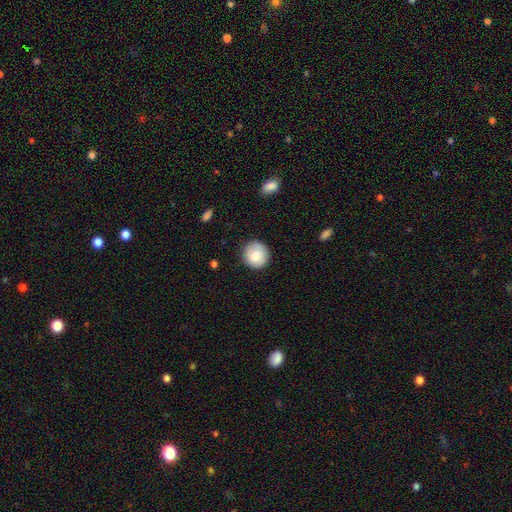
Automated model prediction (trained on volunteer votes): smooth-or-featured: smooth: 80% | featured or disk: 13% | star or artifact: 7%
  how-rounded: round: 92% | in between: 7% | cigar-shaped: 1%
  merging: none: 85% | minor disturbance: 11% | major disturbance: 2% | merger: 1%